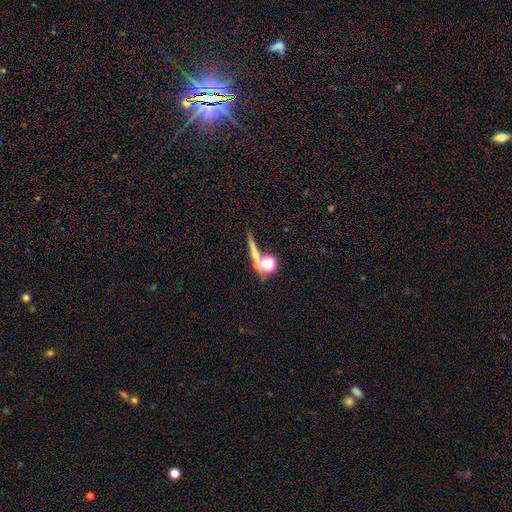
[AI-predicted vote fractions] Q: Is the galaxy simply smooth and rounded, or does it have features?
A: smooth — 43%.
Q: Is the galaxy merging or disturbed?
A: none — 66%.